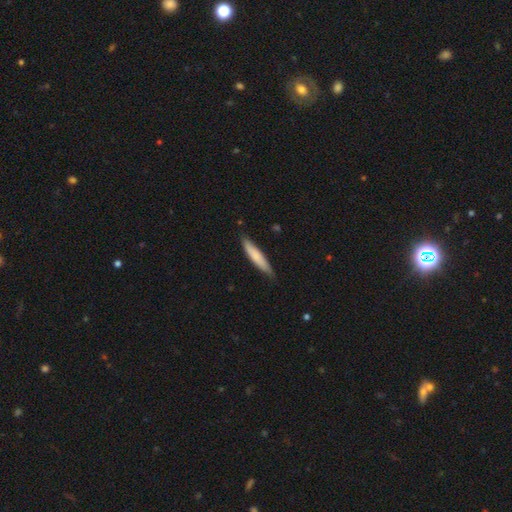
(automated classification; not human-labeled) Smooth or featured: smooth — 75% (featured or disk — 20%)
How rounded: cigar-shaped — 87% (in between — 12%)
Merging: none — 77% (minor disturbance — 19%)